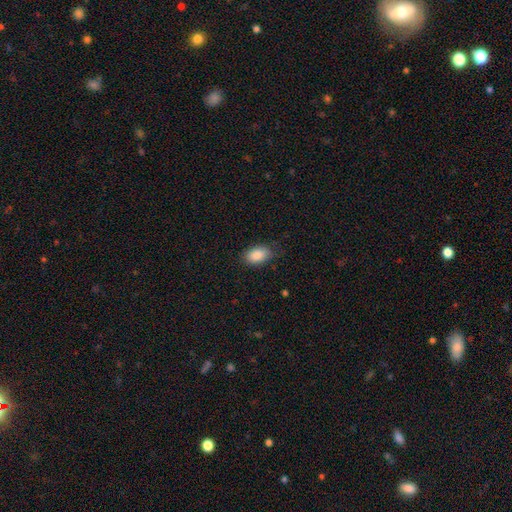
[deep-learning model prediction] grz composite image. It shows a smooth galaxy with no disk features (87%) that is in between round and cigar-shaped (92%). Merging: none (79%).